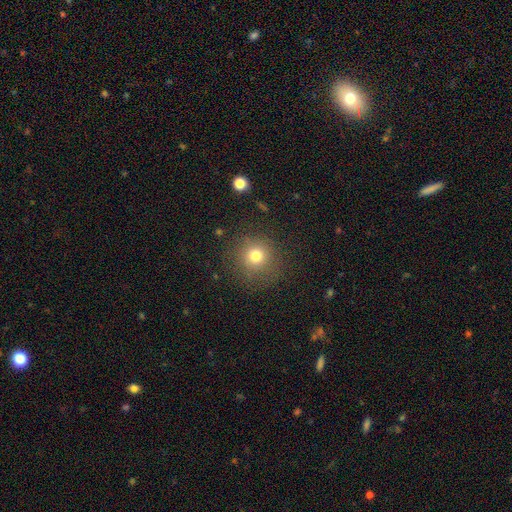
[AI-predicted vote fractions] Smooth or featured? smooth (76%)
How rounded? round (92%)
Merging? none (83%)